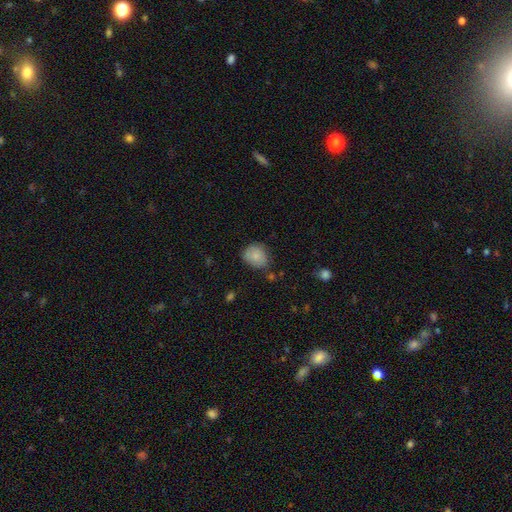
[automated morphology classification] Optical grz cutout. It shows a smooth galaxy with no disk features (81%) that is round (59%). Merging: none (63%).